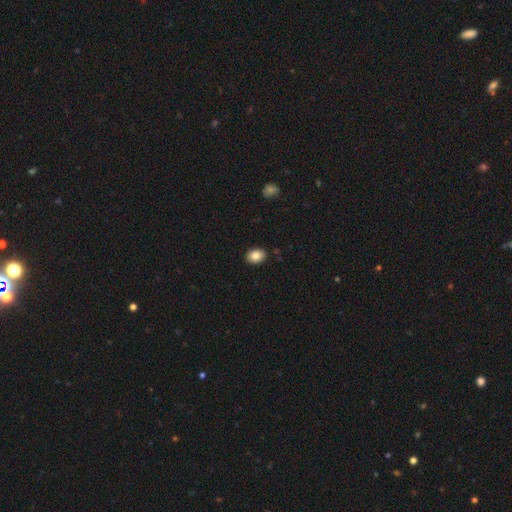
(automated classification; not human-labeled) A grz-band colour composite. It shows a smooth galaxy with no disk features (84%) that is in between round and cigar-shaped (69%). Merging: none (89%).